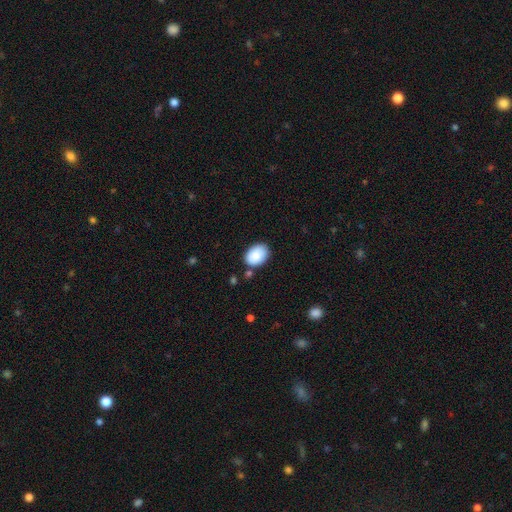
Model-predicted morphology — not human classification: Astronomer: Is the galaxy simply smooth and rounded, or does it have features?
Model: smooth — 86%.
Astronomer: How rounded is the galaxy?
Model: in between — 78%.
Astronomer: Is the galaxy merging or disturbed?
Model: none — 80%.